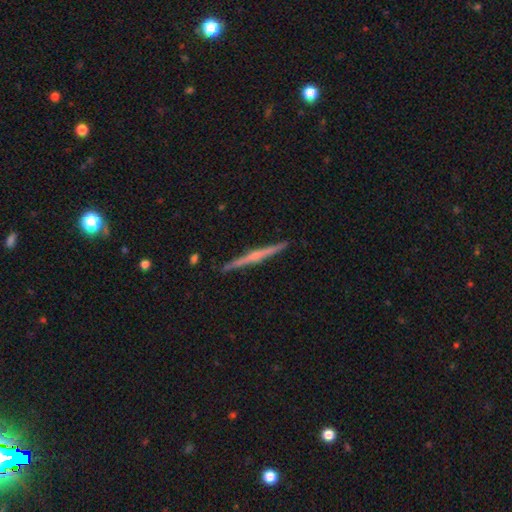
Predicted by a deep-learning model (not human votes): smooth_or_featured: featured or disk (p=0.73) [alt: smooth p=0.22]
disk_edge_on: yes (p=0.98) [alt: no p=0.02]
edge_on_bulge: rounded (p=0.61) [alt: none p=0.28]
merging: none (p=0.92) [alt: minor disturbance p=0.06]